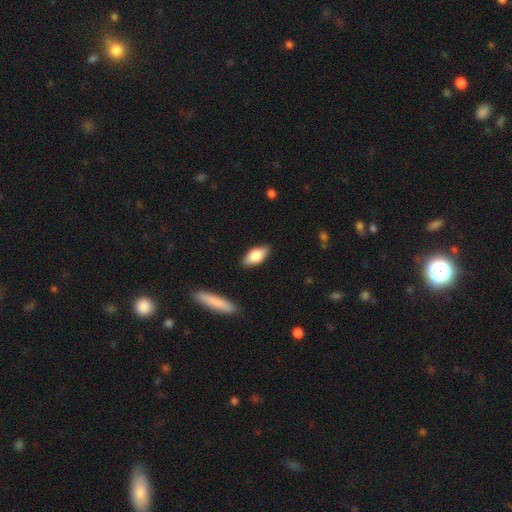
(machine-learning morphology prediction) A smooth galaxy with no disk features (72%) that is in between round and cigar-shaped (84%).

Vote fractions:
- Smooth or featured? smooth: 72% / featured or disk: 22% / star or artifact: 6%
- How rounded? in between: 84% / cigar-shaped: 14% / round: 3%
- Merging? none: 87% / minor disturbance: 9% / major disturbance: 2% / merger: 2%